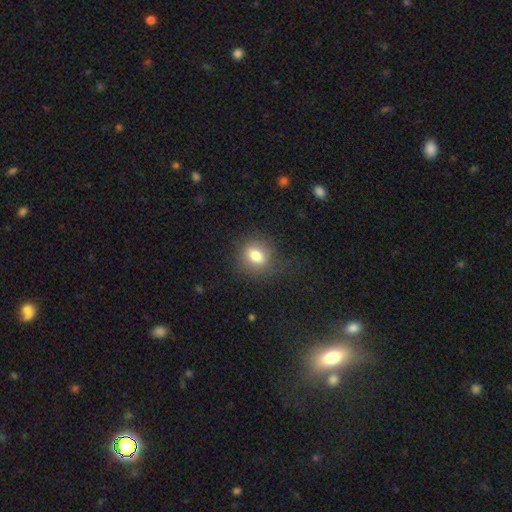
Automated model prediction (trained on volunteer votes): Q: Smooth or featured?
A: smooth (78%); runner-up: star or artifact (11%)
Q: How rounded?
A: round (63%); runner-up: in between (36%)
Q: Merging?
A: none (78%); runner-up: minor disturbance (14%)